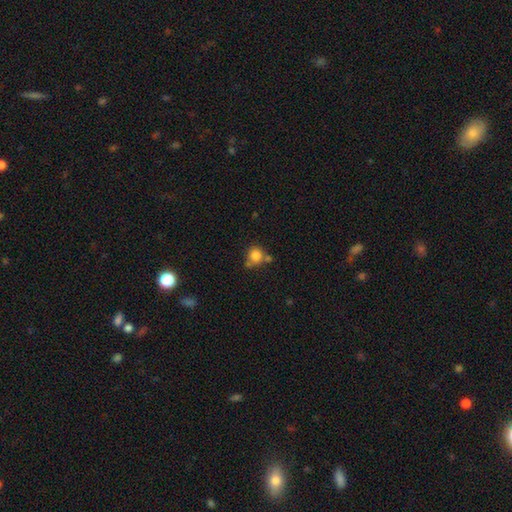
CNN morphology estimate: type=smooth (82%); roundness=round (88%); merging=none (55%).